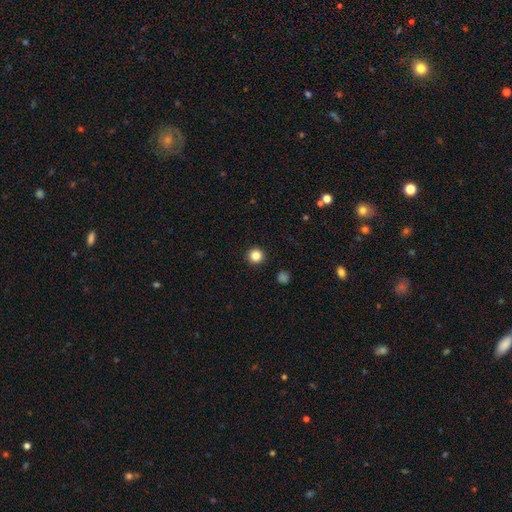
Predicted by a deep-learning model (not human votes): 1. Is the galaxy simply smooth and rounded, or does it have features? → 85% smooth, 11% star or artifact, 3% featured or disk.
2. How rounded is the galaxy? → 96% round, 3% in between, 1% cigar-shaped.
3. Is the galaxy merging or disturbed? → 93% none, 4% minor disturbance, 2% major disturbance, 1% merger.